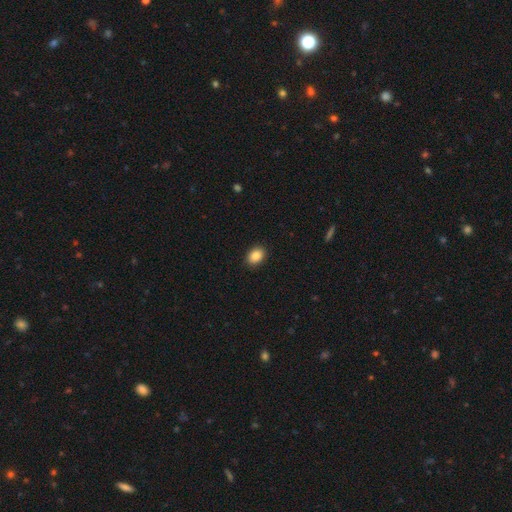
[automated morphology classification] type=smooth (87%); roundness=in between (70%); merging=none (91%).